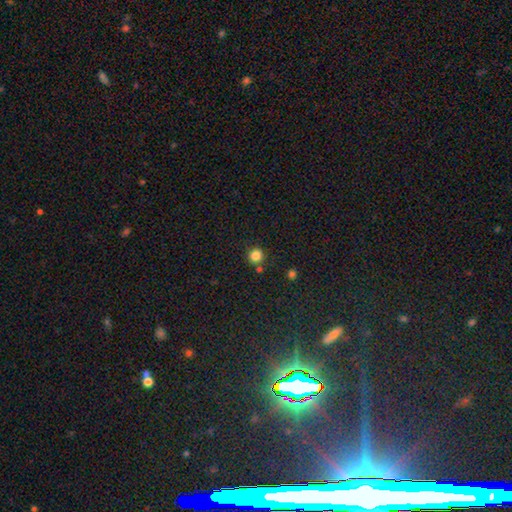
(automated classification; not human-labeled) Overall: smooth (83%). How rounded: round (94%). Merging: none (82%).